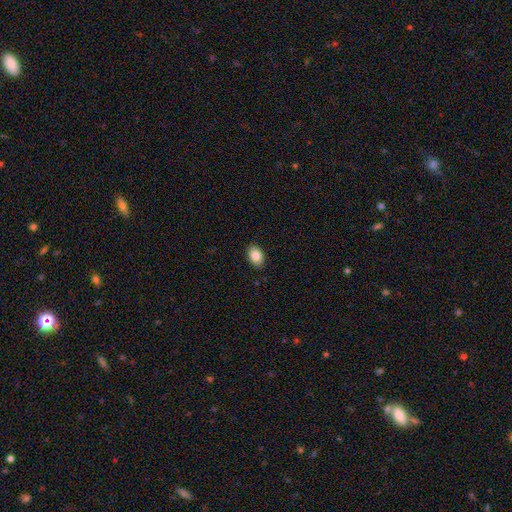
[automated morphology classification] smooth-or-featured: smooth: 85% | star or artifact: 8% | featured or disk: 7%
  how-rounded: in between: 81% | round: 18% | cigar-shaped: 1%
  merging: none: 88% | minor disturbance: 9% | major disturbance: 2% | merger: 1%